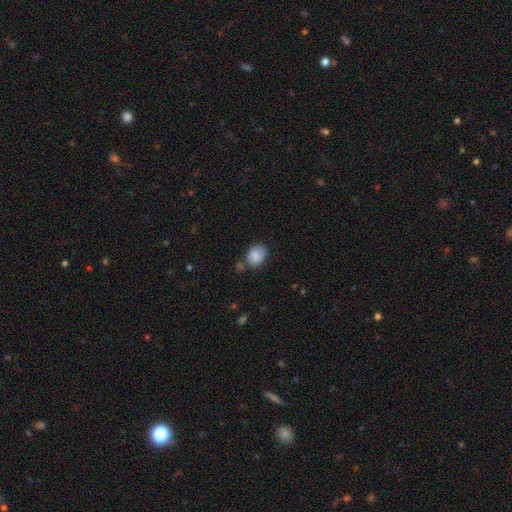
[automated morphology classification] The model was most divided on "how rounded": in between: 63%, round: 35%, cigar-shaped: 1%. More confident: smooth or featured — smooth (76%); merging — none (56%).